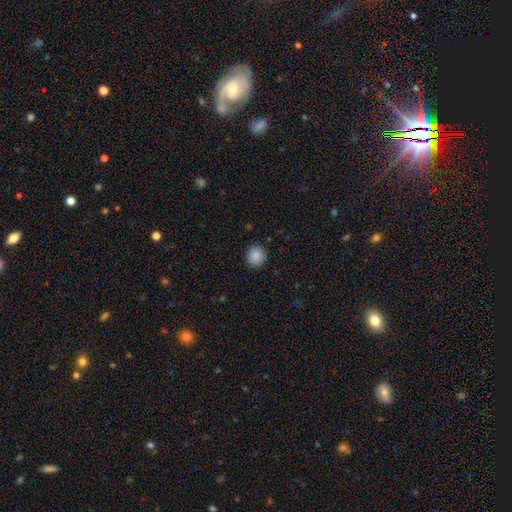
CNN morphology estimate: Smooth or featured: smooth — 89% (star or artifact — 9%)
How rounded: round — 89% (in between — 10%)
Merging: none — 91% (minor disturbance — 6%)